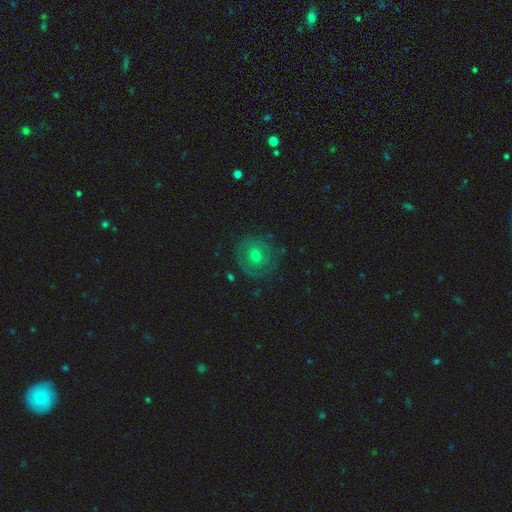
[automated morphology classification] type=featured or disk (59%); edge-on=no (97%); bar=no (80%); spiral arms=yes (64%); bulge=moderate (63%); merging=none (76%).